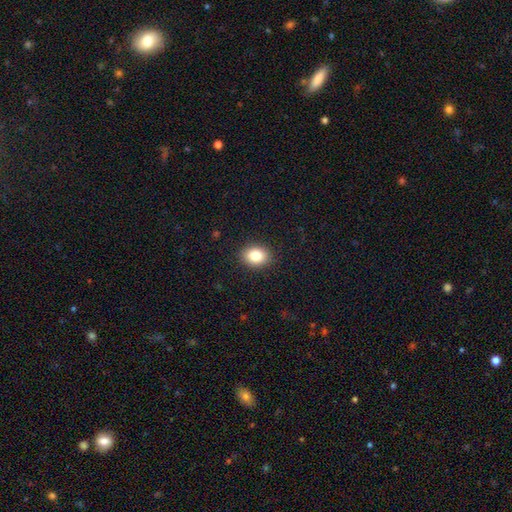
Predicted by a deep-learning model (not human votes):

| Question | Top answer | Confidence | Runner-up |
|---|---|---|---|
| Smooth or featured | smooth | 85% | star or artifact (9%) |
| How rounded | in between | 63% | round (36%) |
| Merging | none | 90% | minor disturbance (7%) |